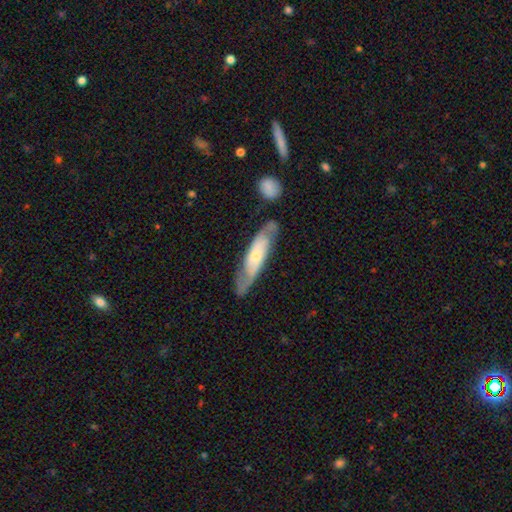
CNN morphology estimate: This appears to be a featured or disk galaxy (62%). Merging: none (72%).